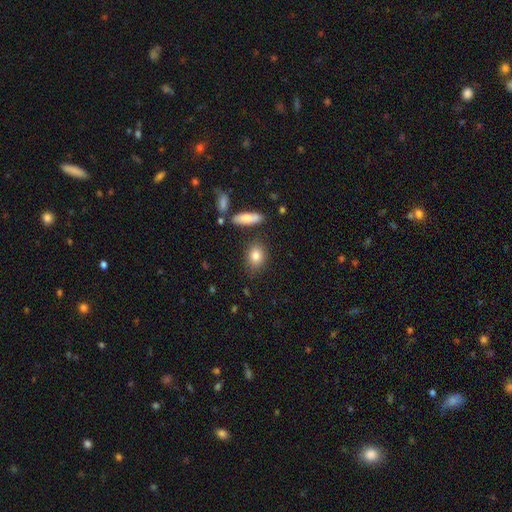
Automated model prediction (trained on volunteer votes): A smooth galaxy with no disk features (83%) that is in between round and cigar-shaped (55%). Merging: none (79%).